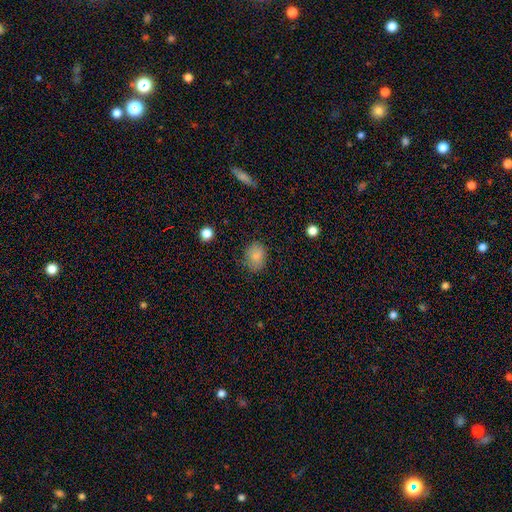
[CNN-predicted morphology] smooth-or-featured: smooth: 82% | star or artifact: 10% | featured or disk: 8%
  how-rounded: in between: 55% | round: 44% | cigar-shaped: 1%
  merging: none: 80% | minor disturbance: 15% | major disturbance: 4% | merger: 1%